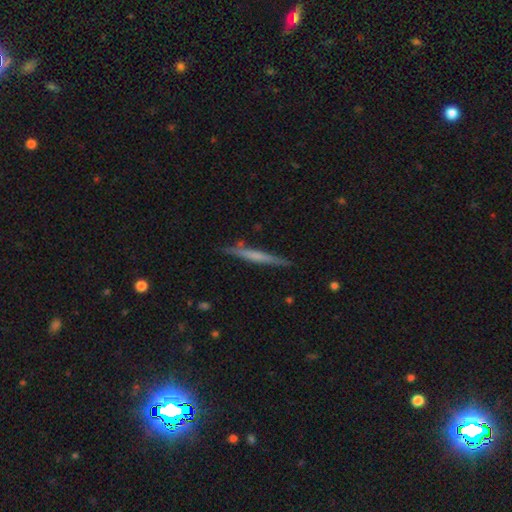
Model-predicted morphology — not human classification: Smooth or featured? Predicted: featured or disk (p=0.51). Edge-on disk? Predicted: yes (p=0.97). Merging? Predicted: none (p=0.86).